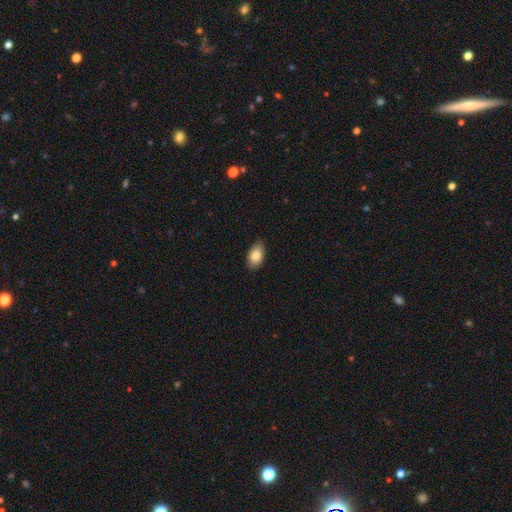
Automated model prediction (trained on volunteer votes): Smooth or featured? smooth (86%)
How rounded? in between (92%)
Merging? none (85%)